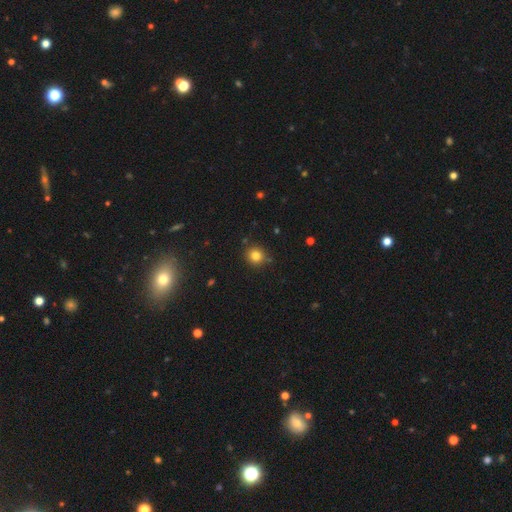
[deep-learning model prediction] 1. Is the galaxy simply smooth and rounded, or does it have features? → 81% smooth, 13% star or artifact, 6% featured or disk.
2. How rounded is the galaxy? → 88% round, 11% in between, 1% cigar-shaped.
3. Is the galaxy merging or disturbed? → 84% none, 10% minor disturbance, 4% merger, 3% major disturbance.